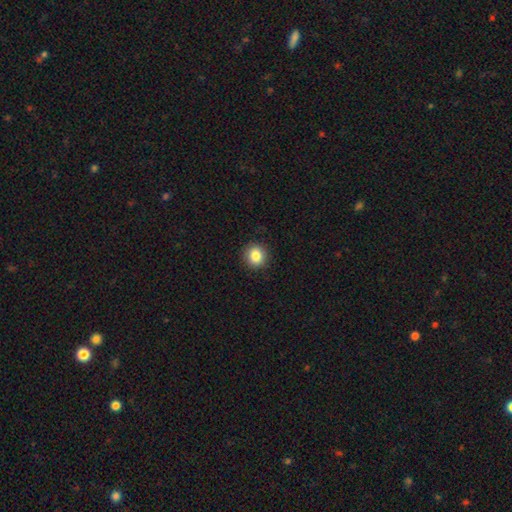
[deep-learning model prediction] This appears to be a smooth galaxy with no disk features (85%) that is round (89%). Merging: none (92%).